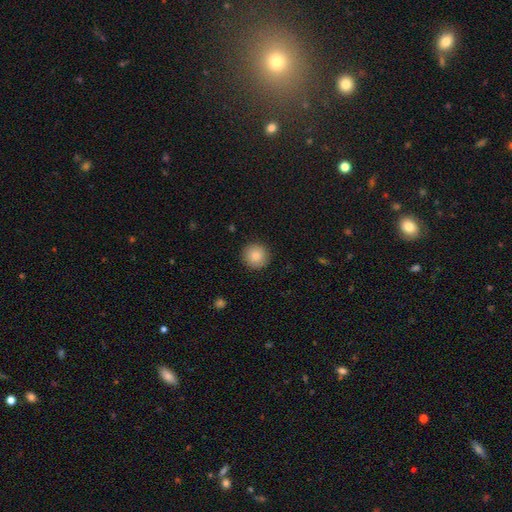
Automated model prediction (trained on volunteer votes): A smooth galaxy with no disk features (85%) that is round (95%).

Vote fractions:
- Smooth or featured? smooth: 85% / star or artifact: 8% / featured or disk: 6%
- How rounded? round: 95% / in between: 4% / cigar-shaped: 1%
- Merging? none: 91% / minor disturbance: 6% / major disturbance: 2% / merger: 1%